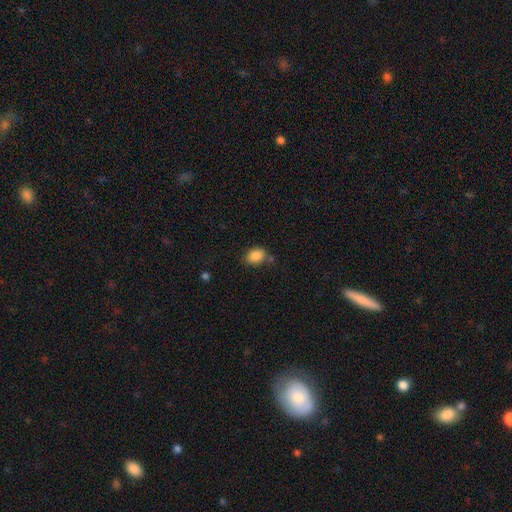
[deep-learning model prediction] smooth-or-featured: smooth: 87% | star or artifact: 9% | featured or disk: 4%
  how-rounded: in between: 75% | round: 24% | cigar-shaped: 1%
  merging: none: 69% | minor disturbance: 19% | merger: 7% | major disturbance: 5%